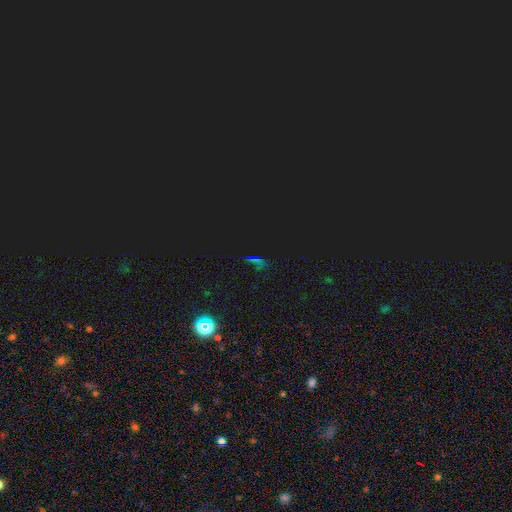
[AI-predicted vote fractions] A star or artifact, not a galaxy (67%).

Vote fractions:
- Smooth or featured? star or artifact: 67% / smooth: 24% / featured or disk: 9%